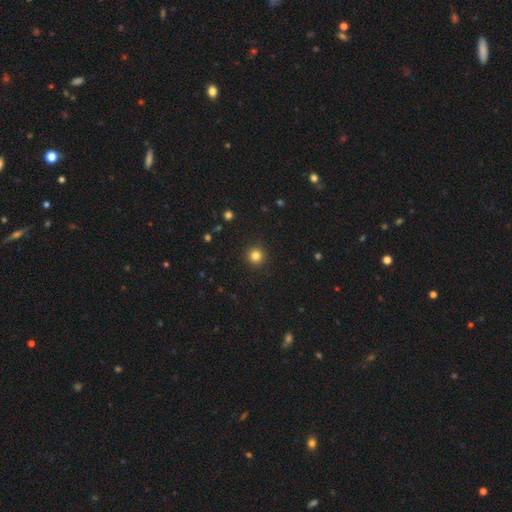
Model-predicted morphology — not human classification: smooth_or_featured: smooth (p=0.82) [alt: star or artifact p=0.13]
how_rounded: round (p=0.95) [alt: in between p=0.04]
merging: none (p=0.92) [alt: minor disturbance p=0.05]